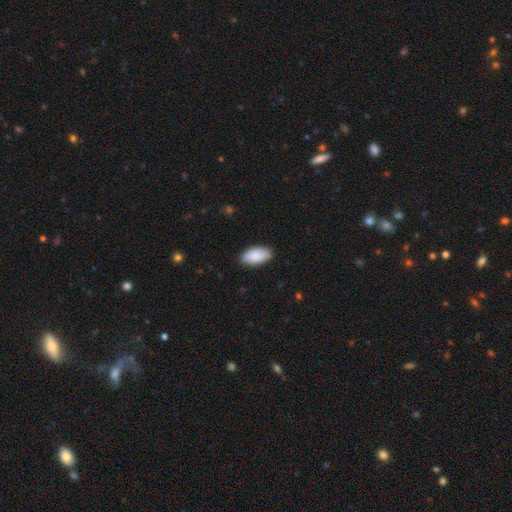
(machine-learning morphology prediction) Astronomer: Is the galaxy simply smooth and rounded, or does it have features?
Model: smooth — 90%.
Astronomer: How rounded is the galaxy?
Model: in between — 95%.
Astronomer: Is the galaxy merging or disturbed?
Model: none — 86%.